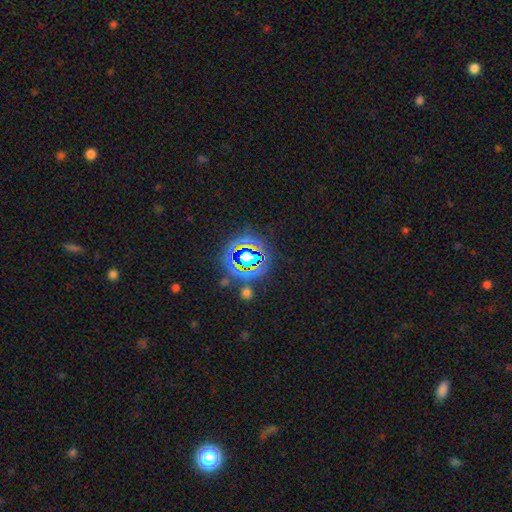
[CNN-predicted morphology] A star or artifact, not a galaxy (74%).